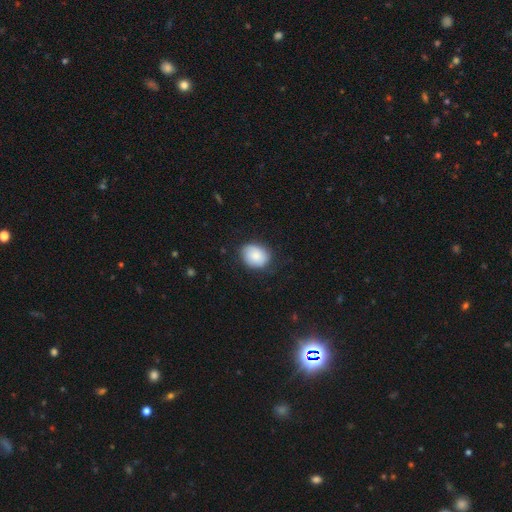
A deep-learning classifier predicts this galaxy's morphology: A smooth galaxy with no disk features (84%) that is round (52%). Merging: none (72%).